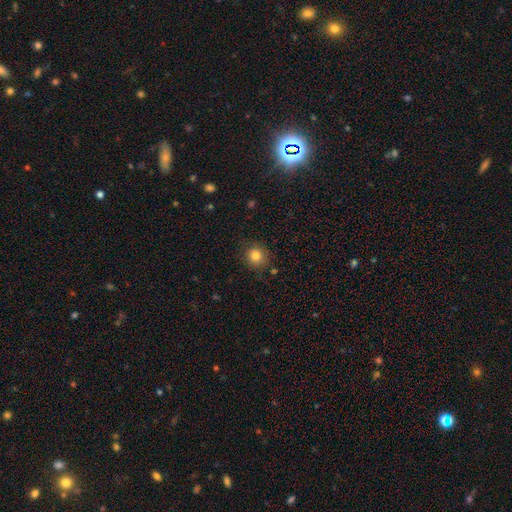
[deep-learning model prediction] Overall: smooth (82%). How rounded: round (89%). Merging: none (83%).